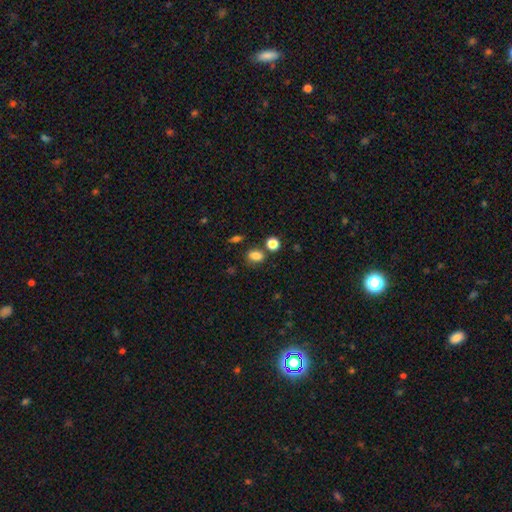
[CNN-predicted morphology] This is clearly a smooth galaxy (81%). How rounded: likely in between (64%). Merging: likely none (69%).